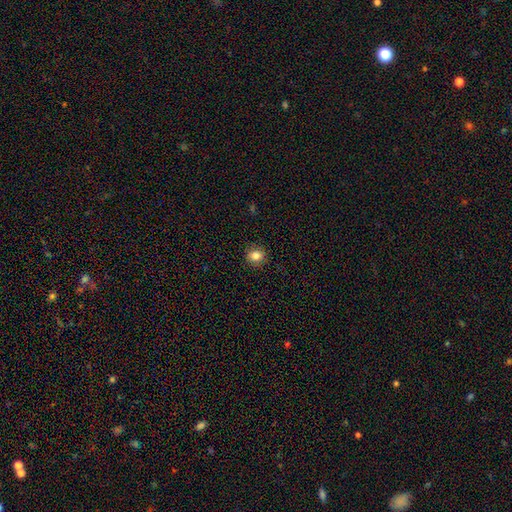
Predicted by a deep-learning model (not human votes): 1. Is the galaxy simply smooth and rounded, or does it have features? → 83% smooth, 11% star or artifact, 7% featured or disk.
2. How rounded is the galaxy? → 75% round, 24% in between, 1% cigar-shaped.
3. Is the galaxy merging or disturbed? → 88% none, 8% minor disturbance, 2% major disturbance, 1% merger.